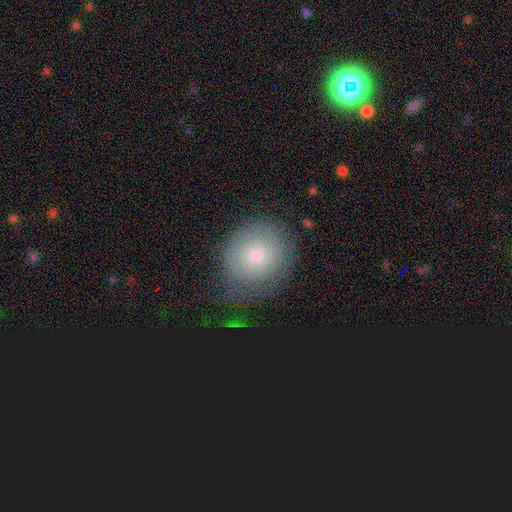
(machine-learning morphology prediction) Q: Smooth or featured?
A: smooth (58%); runner-up: featured or disk (31%)
Q: How rounded?
A: round (74%); runner-up: in between (25%)
Q: Merging?
A: none (64%); runner-up: minor disturbance (22%)